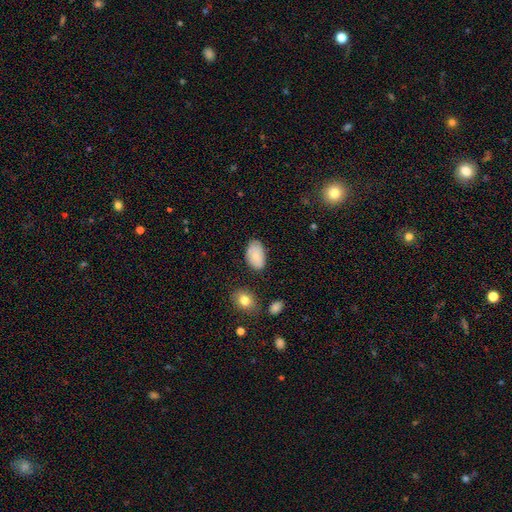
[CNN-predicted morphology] This is likely a smooth galaxy (70%). How rounded: clearly in between (92%). Merging: likely none (71%).